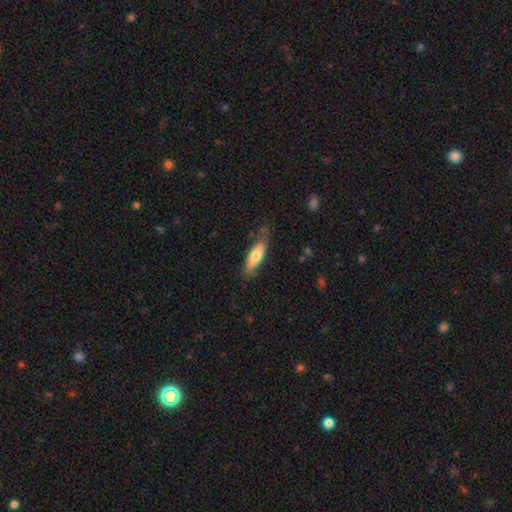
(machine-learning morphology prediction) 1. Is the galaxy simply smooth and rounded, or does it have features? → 68% smooth, 26% featured or disk, 6% star or artifact.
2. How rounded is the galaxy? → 56% in between, 42% cigar-shaped, 2% round.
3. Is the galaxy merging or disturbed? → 70% none, 23% minor disturbance, 5% major disturbance, 2% merger.